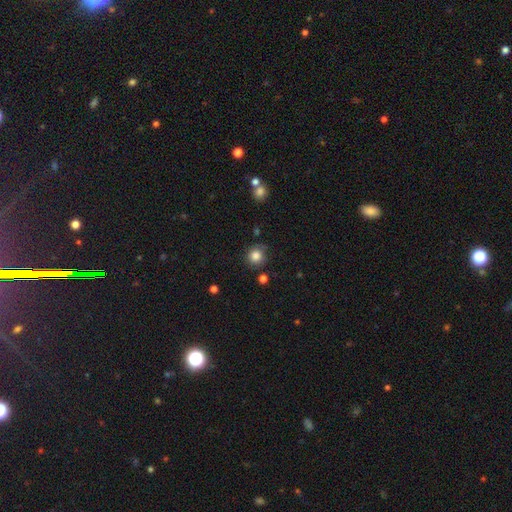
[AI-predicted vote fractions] This is clearly a smooth galaxy (83%). How rounded: clearly round (91%). Merging: likely none (79%).